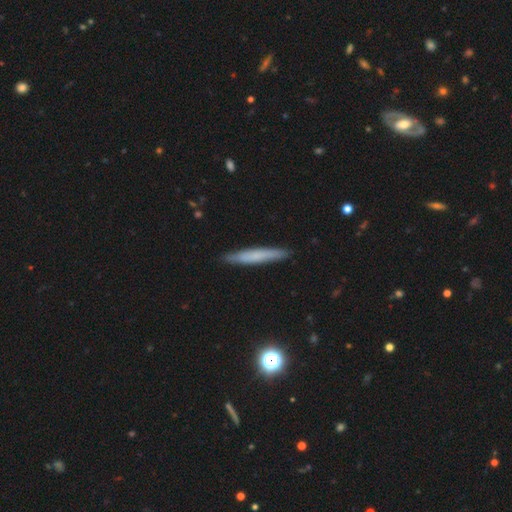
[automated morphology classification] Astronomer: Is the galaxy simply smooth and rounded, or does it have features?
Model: smooth — 63%.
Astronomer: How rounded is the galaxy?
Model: cigar-shaped — 94%.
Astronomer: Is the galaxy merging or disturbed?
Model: none — 89%.